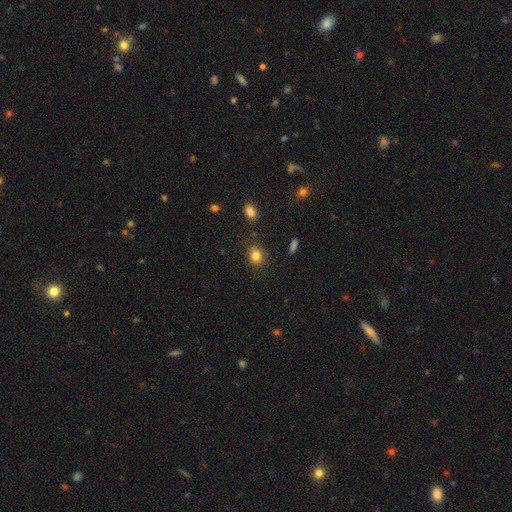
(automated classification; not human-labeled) This is clearly a smooth galaxy (82%). How rounded: possibly round (52%). Merging: likely none (78%).